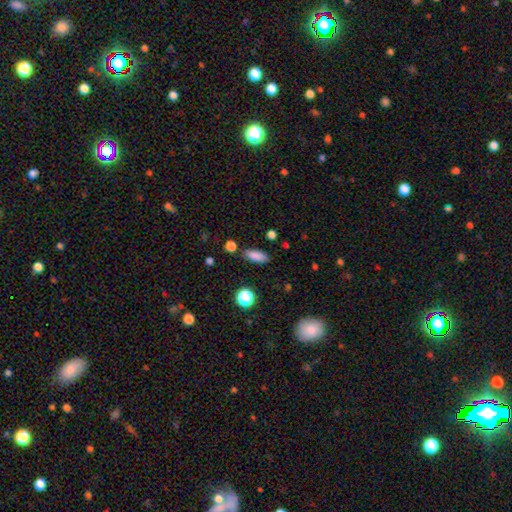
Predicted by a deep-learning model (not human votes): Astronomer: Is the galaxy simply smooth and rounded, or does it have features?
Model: smooth — 84%.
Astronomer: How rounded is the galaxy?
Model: in between — 70%.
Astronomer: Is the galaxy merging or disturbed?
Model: none — 83%.